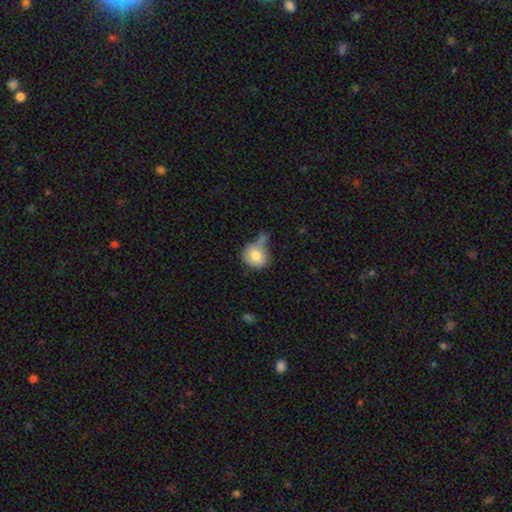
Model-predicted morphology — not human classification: Smooth or featured? Predicted: smooth (p=0.79). How rounded? Predicted: round (p=0.74). Merging? Predicted: none (p=0.37).